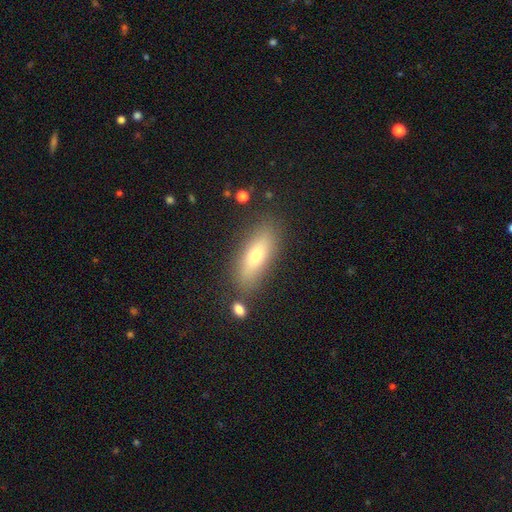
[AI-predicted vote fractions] Overall: smooth (64%; featured or disk 25%). How rounded: in between (59%; cigar-shaped 38%). Merging: none (81%).